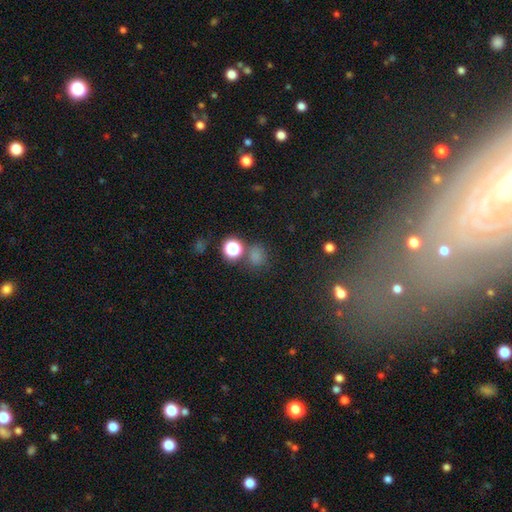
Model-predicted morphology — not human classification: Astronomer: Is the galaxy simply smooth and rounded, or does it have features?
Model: smooth — 68%.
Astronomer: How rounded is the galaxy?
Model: round — 78%.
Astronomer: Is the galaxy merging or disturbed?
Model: none — 70%.